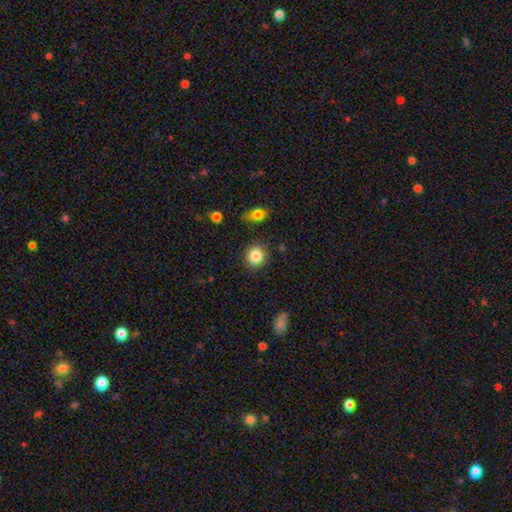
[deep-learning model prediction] Smooth or featured: smooth — 86% (star or artifact — 9%)
How rounded: round — 81% (in between — 18%)
Merging: none — 85% (minor disturbance — 10%)